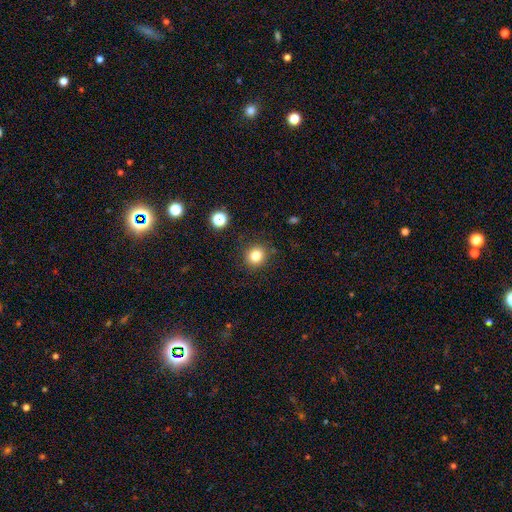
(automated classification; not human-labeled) This is clearly a smooth galaxy (82%). How rounded: clearly round (85%). Merging: clearly none (87%).